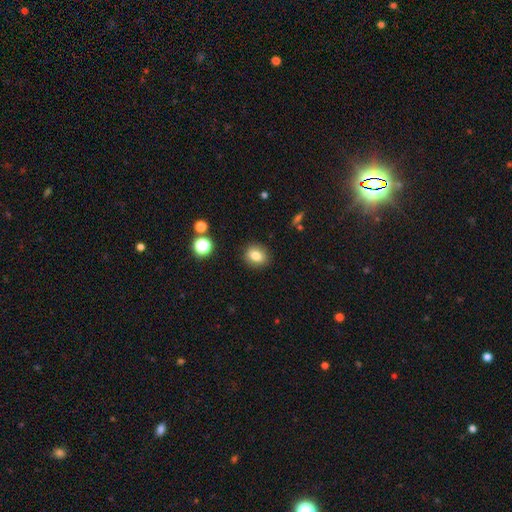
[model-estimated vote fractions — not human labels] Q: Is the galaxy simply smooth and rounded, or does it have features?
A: smooth — 82%.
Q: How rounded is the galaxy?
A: round — 57%.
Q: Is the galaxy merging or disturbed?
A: none — 88%.